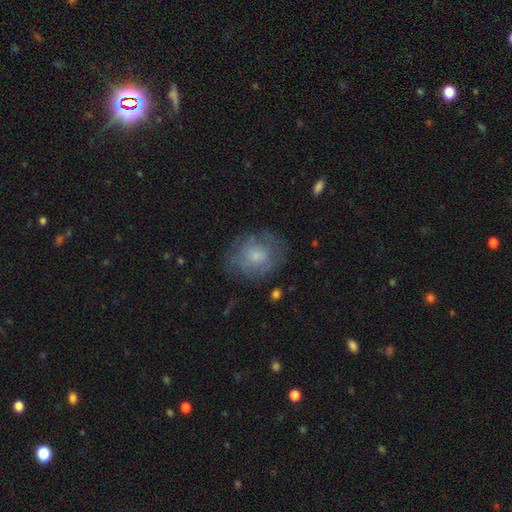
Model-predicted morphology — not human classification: This is possibly a smooth galaxy (55%). How rounded: likely round (61%). Merging: likely none (67%).